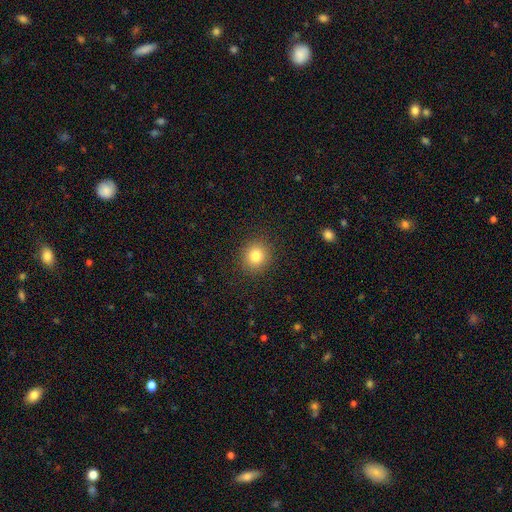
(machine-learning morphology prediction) Q: Smooth or featured?
A: smooth (82%); runner-up: star or artifact (11%)
Q: How rounded?
A: round (87%); runner-up: in between (12%)
Q: Merging?
A: none (90%); runner-up: minor disturbance (7%)